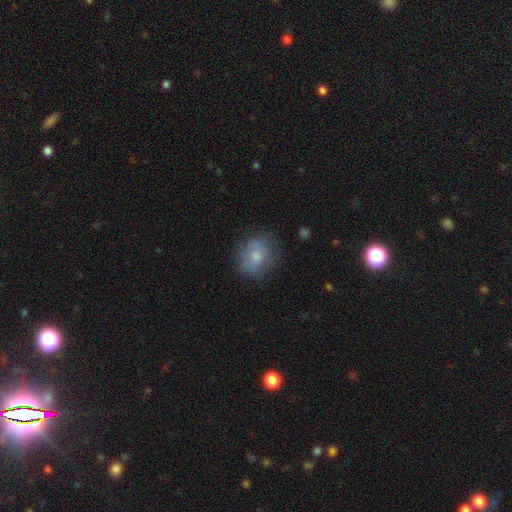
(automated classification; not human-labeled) smooth_or_featured: smooth (p=0.73) [alt: featured or disk p=0.18]
how_rounded: round (p=0.67) [alt: in between p=0.32]
merging: none (p=0.72) [alt: minor disturbance p=0.19]